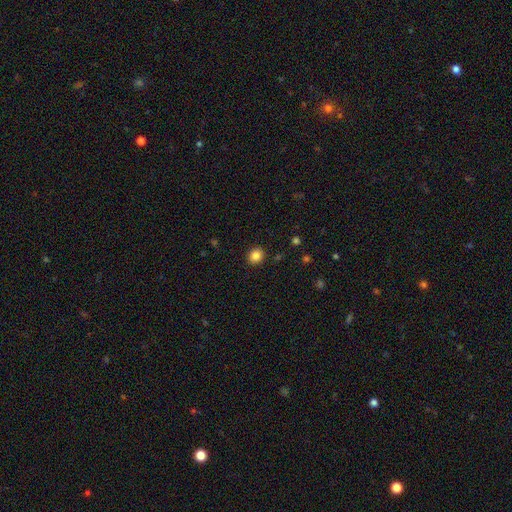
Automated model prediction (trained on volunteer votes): Q: Smooth or featured?
A: smooth (85%); runner-up: star or artifact (11%)
Q: How rounded?
A: round (77%); runner-up: in between (23%)
Q: Merging?
A: none (90%); runner-up: minor disturbance (7%)